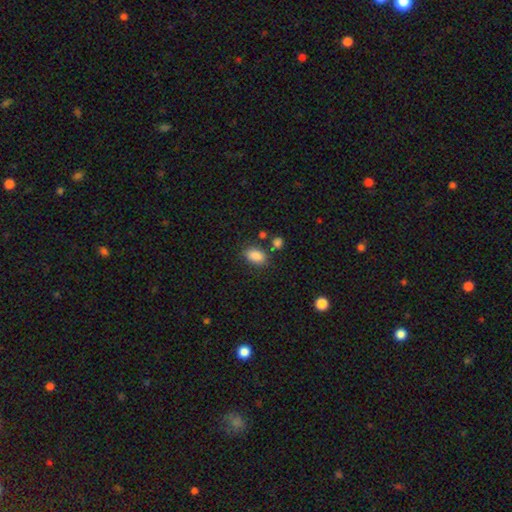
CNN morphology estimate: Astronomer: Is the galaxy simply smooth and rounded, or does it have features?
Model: smooth — 87%.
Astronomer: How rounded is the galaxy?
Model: in between — 88%.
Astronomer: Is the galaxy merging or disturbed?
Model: none — 73%.